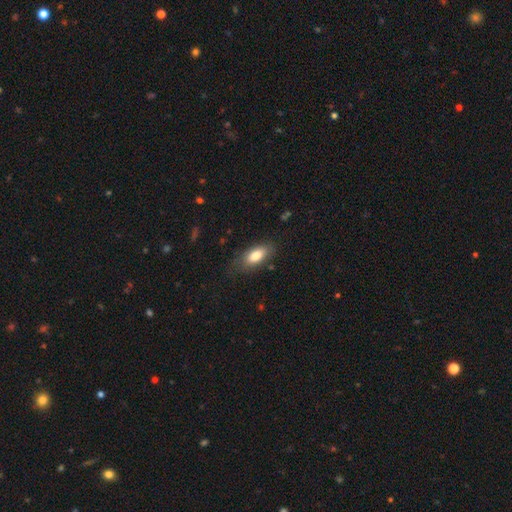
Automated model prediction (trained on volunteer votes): The model was most divided on "merging": none: 73%, minor disturbance: 20%, major disturbance: 6%, merger: 2%. More confident: how rounded — in between (85%); smooth or featured — smooth (80%).